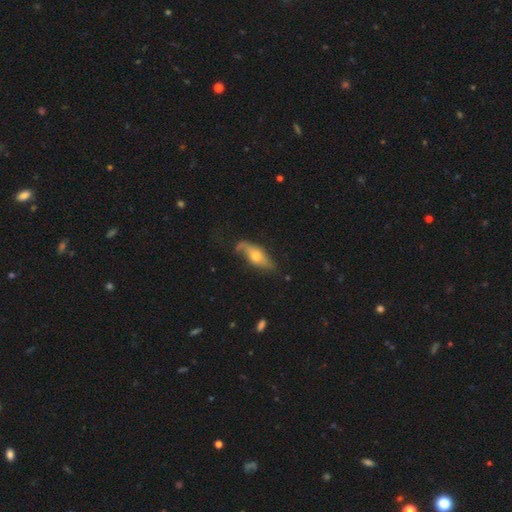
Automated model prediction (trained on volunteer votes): featured or disk 49%, smooth 44%, star or artifact 6%. Down the decision tree: merging — none (55%).